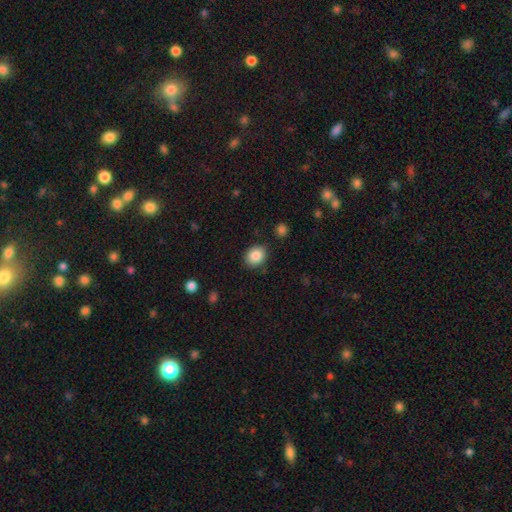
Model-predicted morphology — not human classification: Smooth or featured: smooth — 86% (star or artifact — 8%)
How rounded: round — 56% (in between — 44%)
Merging: none — 85% (minor disturbance — 10%)